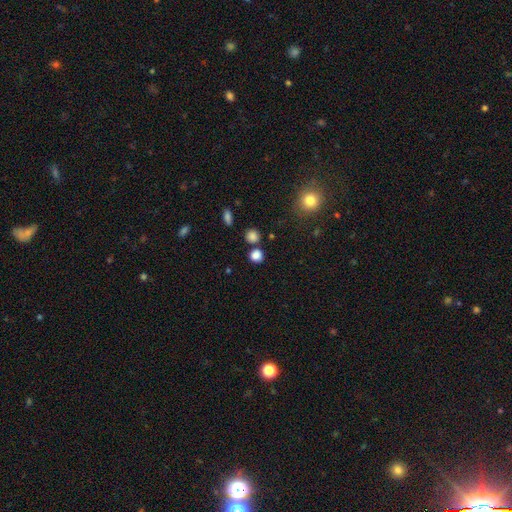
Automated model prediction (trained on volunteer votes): Smooth or featured: smooth — 82% (star or artifact — 13%)
How rounded: round — 86% (in between — 13%)
Merging: none — 75% (merger — 13%)